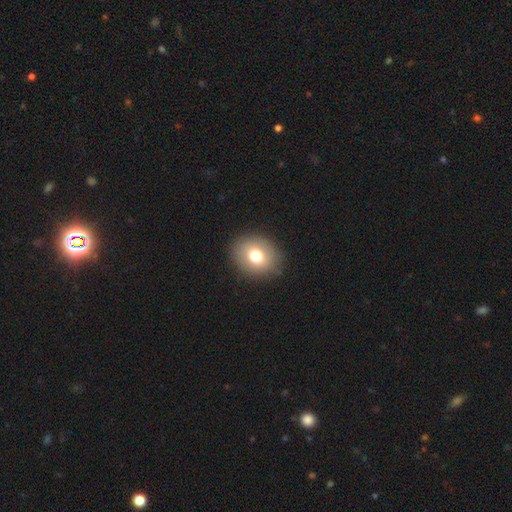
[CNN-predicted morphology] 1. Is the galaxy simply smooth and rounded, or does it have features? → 75% smooth, 15% featured or disk, 10% star or artifact.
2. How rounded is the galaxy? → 55% round, 44% in between, 1% cigar-shaped.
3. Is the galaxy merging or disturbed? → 88% none, 8% minor disturbance, 3% major disturbance, 1% merger.